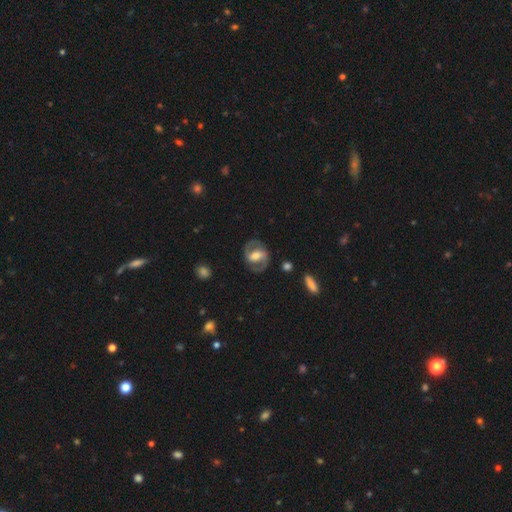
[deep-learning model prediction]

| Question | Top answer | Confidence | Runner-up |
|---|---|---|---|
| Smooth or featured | featured or disk | 78% | smooth (17%) |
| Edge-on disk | no | 96% | yes (4%) |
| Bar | strong | 42% | weak (38%) |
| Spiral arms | yes | 88% | no (12%) |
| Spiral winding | medium | 55% | tight (28%) |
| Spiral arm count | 2 | 90% | can't tell (5%) |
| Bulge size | moderate | 57% | large (22%) |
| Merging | none | 81% | minor disturbance (12%) |